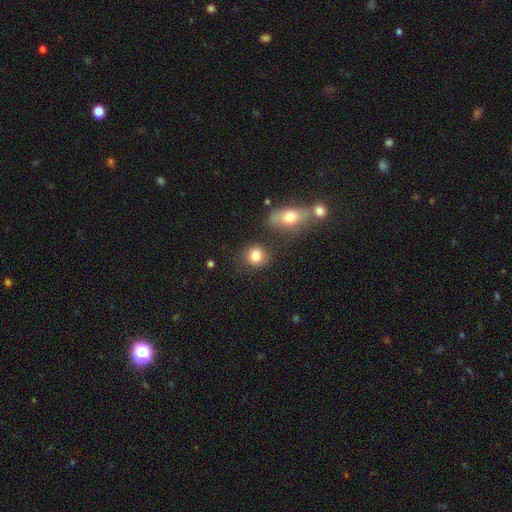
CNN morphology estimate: type=smooth (82%); roundness=round (78%); merging=none (76%).